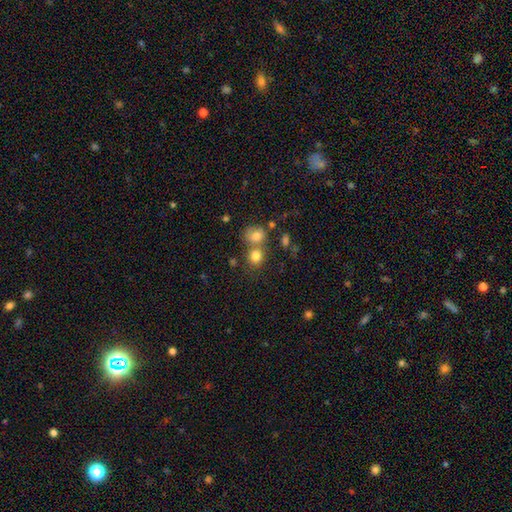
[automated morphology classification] A smooth galaxy with no disk features (80%) that is round (76%).

Vote fractions:
- Smooth or featured? smooth: 80% / star or artifact: 12% / featured or disk: 8%
- How rounded? round: 76% / in between: 23% / cigar-shaped: 1%
- Merging? none: 50% / merger: 38% / minor disturbance: 8% / major disturbance: 4%